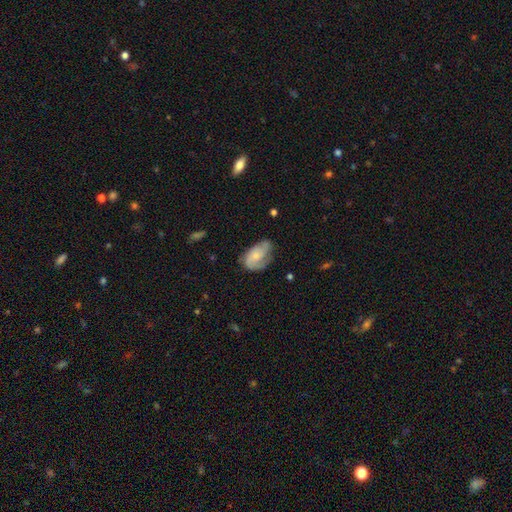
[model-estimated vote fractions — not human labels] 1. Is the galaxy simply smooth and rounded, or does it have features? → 54% featured or disk, 40% smooth, 7% star or artifact.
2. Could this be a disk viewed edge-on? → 96% no, 4% yes.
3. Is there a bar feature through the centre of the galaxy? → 71% no, 25% weak, 4% strong.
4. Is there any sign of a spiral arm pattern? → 85% yes, 15% no.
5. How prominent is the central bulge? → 51% small, 34% moderate, 10% none, 3% large, 1% dominant.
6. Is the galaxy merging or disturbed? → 53% none, 30% minor disturbance, 15% major disturbance, 2% merger.